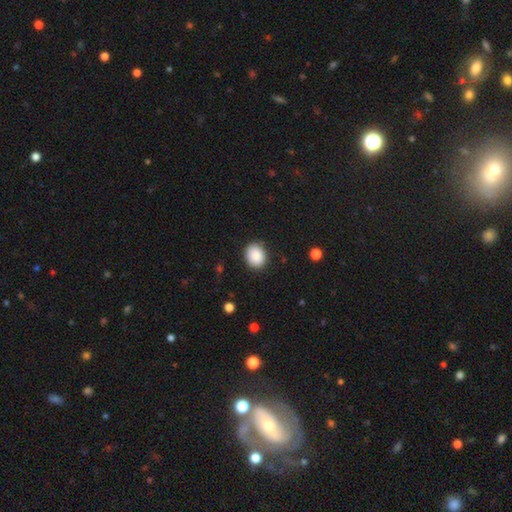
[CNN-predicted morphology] smooth 89%, star or artifact 8%, featured or disk 4%. Down the decision tree: how rounded — round (52%); merging — none (87%).